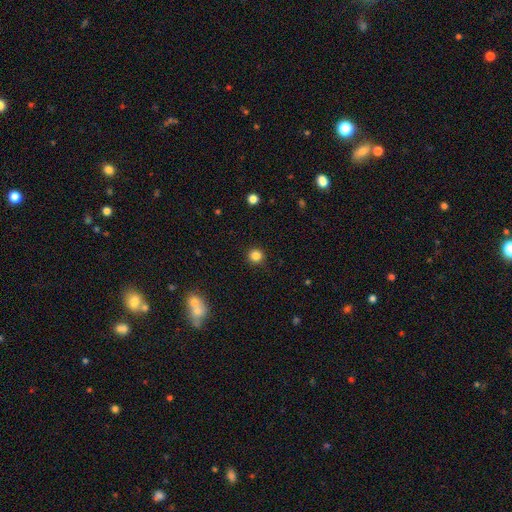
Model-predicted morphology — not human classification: smooth_or_featured: smooth (p=0.84) [alt: star or artifact p=0.12]
how_rounded: round (p=0.94) [alt: in between p=0.05]
merging: none (p=0.91) [alt: minor disturbance p=0.05]